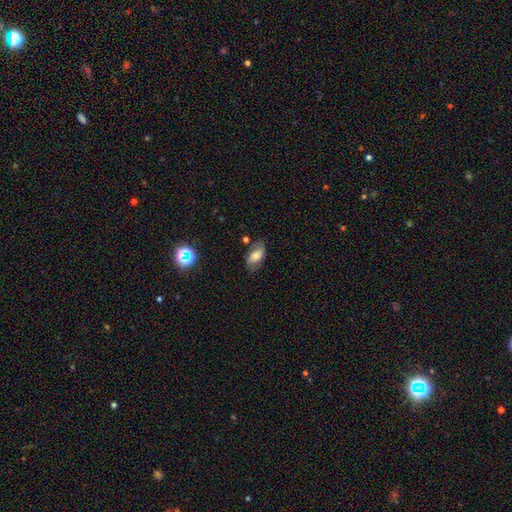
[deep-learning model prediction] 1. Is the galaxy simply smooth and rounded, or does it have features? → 61% smooth, 29% featured or disk, 10% star or artifact.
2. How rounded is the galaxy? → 90% in between, 6% round, 3% cigar-shaped.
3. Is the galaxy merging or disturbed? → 69% none, 21% minor disturbance, 6% major disturbance, 4% merger.